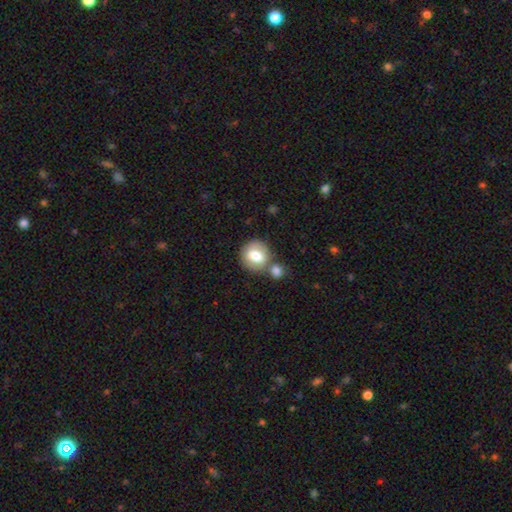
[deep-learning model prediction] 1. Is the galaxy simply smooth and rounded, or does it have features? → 74% smooth, 18% featured or disk, 7% star or artifact.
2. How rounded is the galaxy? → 80% round, 19% in between, 1% cigar-shaped.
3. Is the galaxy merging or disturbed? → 55% none, 30% merger, 11% minor disturbance, 4% major disturbance.